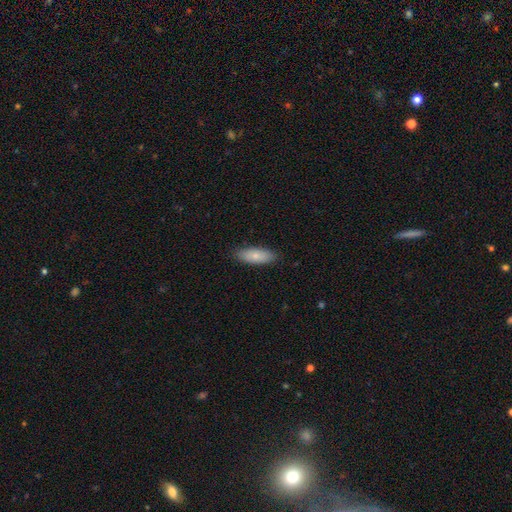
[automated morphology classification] A smooth galaxy with no disk features (78%) that is in between round and cigar-shaped (64%).

Vote fractions:
- Smooth or featured? smooth: 78% / featured or disk: 15% / star or artifact: 6%
- How rounded? in between: 64% / cigar-shaped: 33% / round: 2%
- Merging? none: 87% / minor disturbance: 10% / major disturbance: 2% / merger: 1%